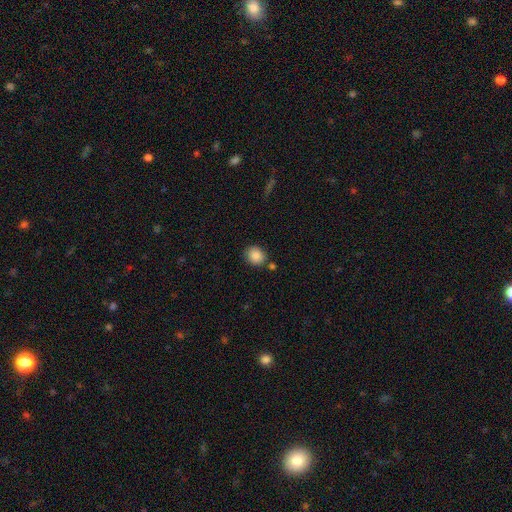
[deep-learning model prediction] This appears to be a smooth galaxy with no disk features (88%) that is round (71%). Merging: none (77%).